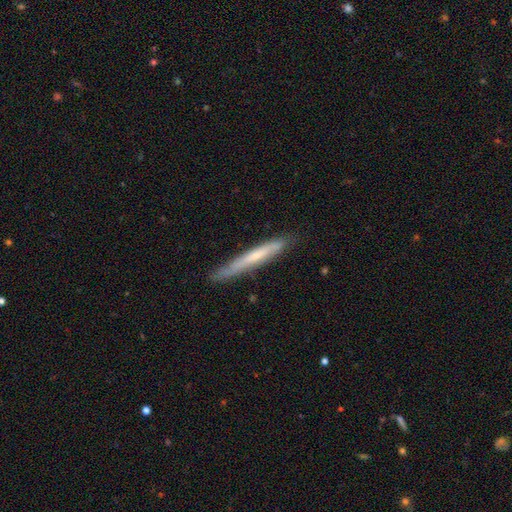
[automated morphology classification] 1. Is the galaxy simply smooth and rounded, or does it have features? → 47% smooth (tied), 47% featured or disk (tied), 6% star or artifact.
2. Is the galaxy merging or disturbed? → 77% none, 18% minor disturbance, 3% major disturbance, 2% merger.